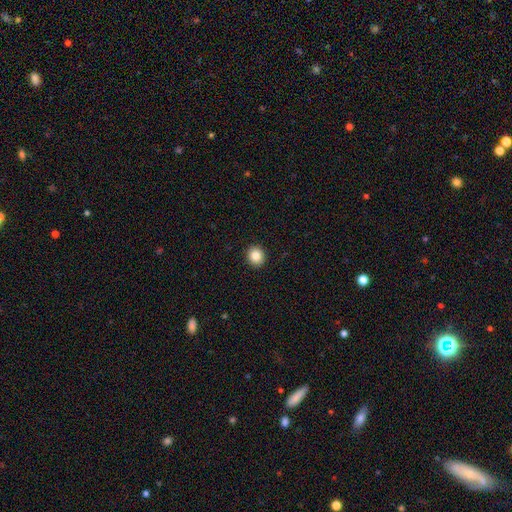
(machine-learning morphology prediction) This appears to be a smooth galaxy with no disk features (84%) that is round (86%). Merging: none (93%).